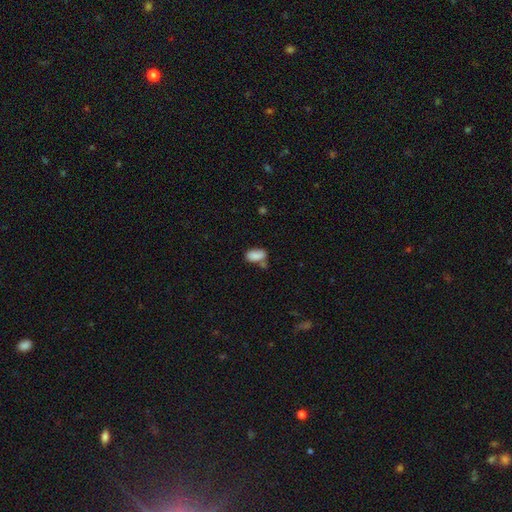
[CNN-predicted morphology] The model was most divided on "merging": none: 50%, merger: 23%, minor disturbance: 20%, major disturbance: 6%. More confident: how rounded — in between (92%); smooth or featured — smooth (85%).